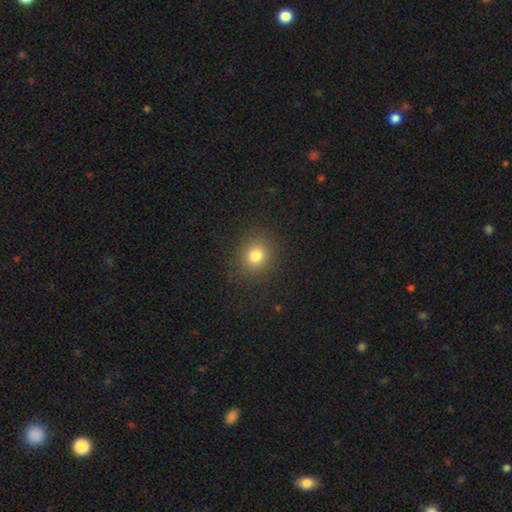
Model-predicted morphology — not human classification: smooth 79%, star or artifact 14%, featured or disk 6%. Down the decision tree: how rounded — round (83%); merging — none (89%).